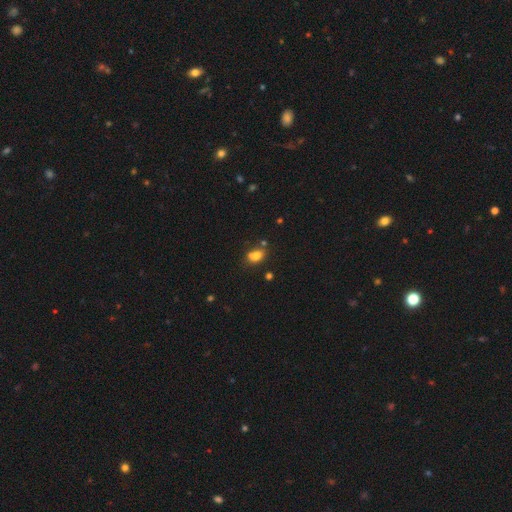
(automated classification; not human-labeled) Smooth or featured: smooth — 82% (star or artifact — 10%)
How rounded: in between — 81% (round — 17%)
Merging: none — 69% (minor disturbance — 18%)